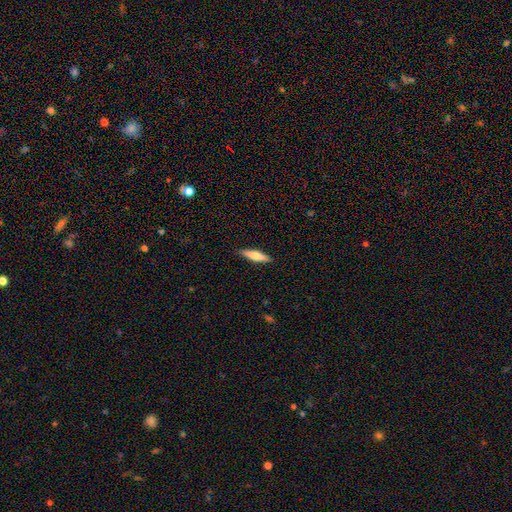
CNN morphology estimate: The model was most divided on "smooth or featured": smooth: 65%, featured or disk: 29%, star or artifact: 6%. More confident: merging — none (90%); how rounded — cigar-shaped (77%).